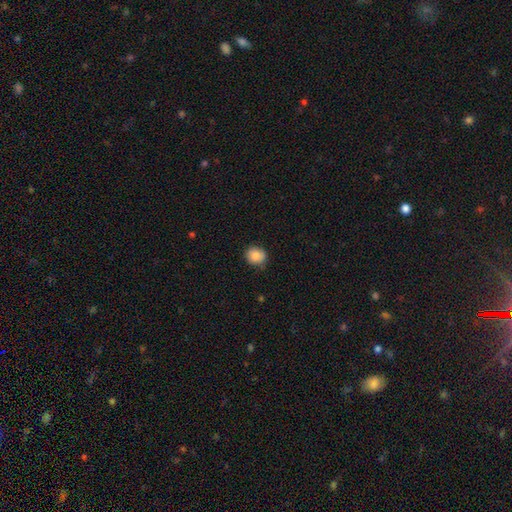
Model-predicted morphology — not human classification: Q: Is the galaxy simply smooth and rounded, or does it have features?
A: smooth — 85%.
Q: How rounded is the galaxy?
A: round — 75%.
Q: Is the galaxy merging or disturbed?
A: none — 80%.